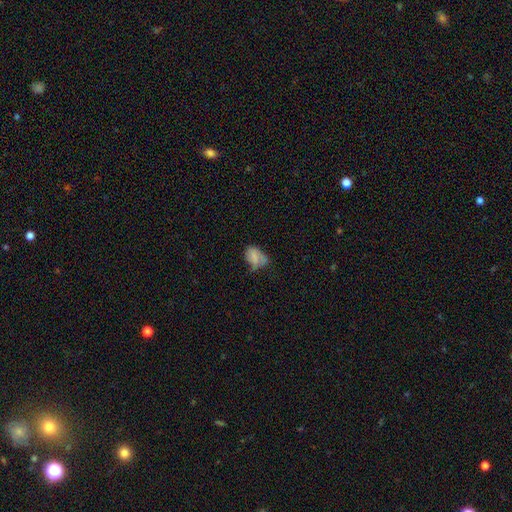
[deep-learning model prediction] smooth 62%, featured or disk 26%, star or artifact 11%. Down the decision tree: how rounded — in between (84%); merging — minor disturbance (35%).